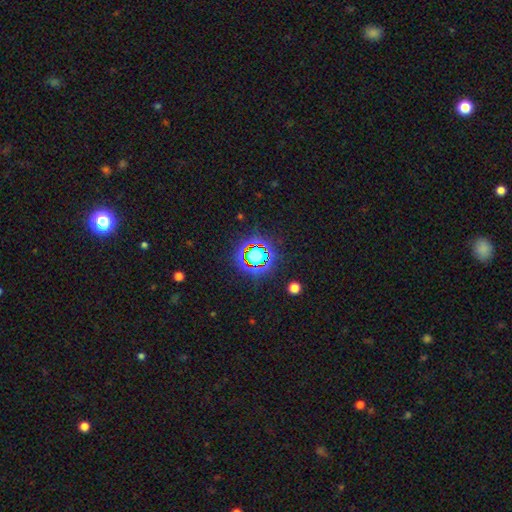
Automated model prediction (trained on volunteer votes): Smooth or featured: star or artifact — 65% (smooth — 24%)